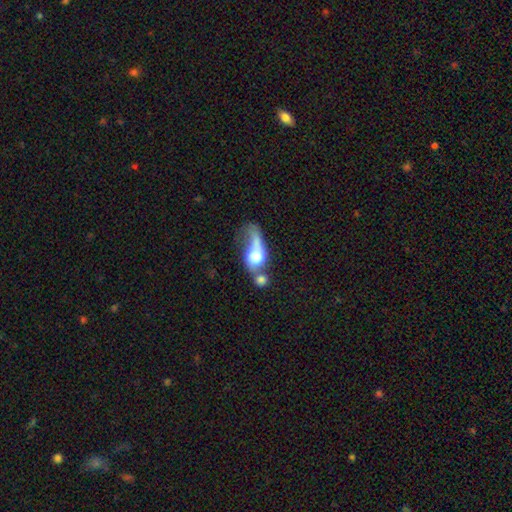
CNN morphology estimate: smooth_or_featured: smooth (p=0.60) [alt: featured or disk p=0.32]
how_rounded: in between (p=0.59) [alt: round p=0.29]
merging: merger (p=0.51) [alt: major disturbance p=0.25]